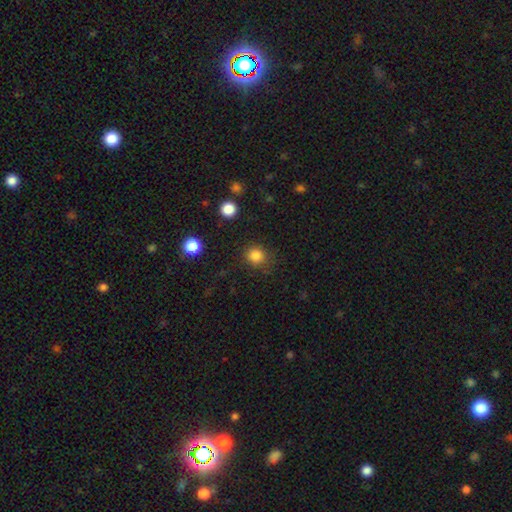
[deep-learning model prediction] smooth 83%, star or artifact 13%, featured or disk 4%. Down the decision tree: how rounded — round (88%); merging — none (84%).